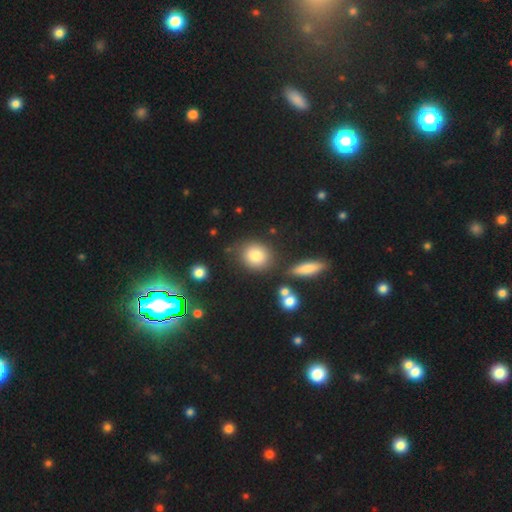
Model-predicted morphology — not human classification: type=smooth (81%); roundness=round (70%); merging=none (76%).